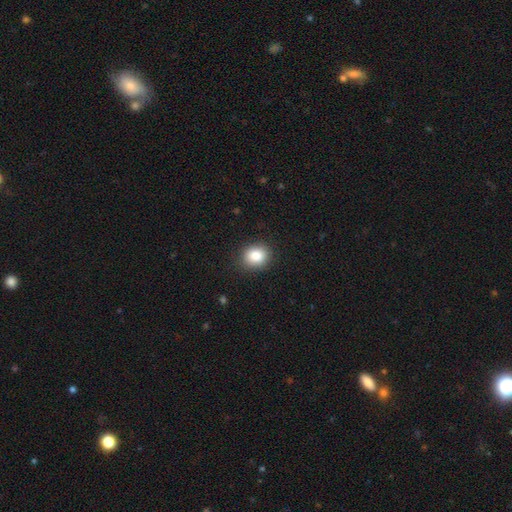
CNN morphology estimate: The model was most divided on "how rounded": round: 68%, in between: 31%, cigar-shaped: 1%. More confident: merging — none (88%); smooth or featured — smooth (85%).